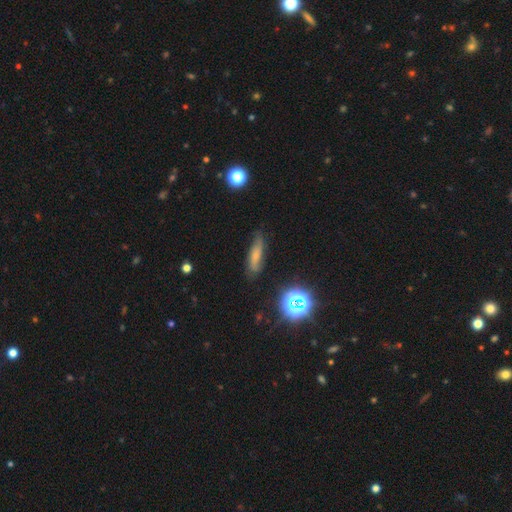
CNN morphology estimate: smooth_or_featured: smooth (p=0.52) [alt: featured or disk p=0.32]
how_rounded: cigar-shaped (p=0.56) [alt: in between p=0.39]
merging: none (p=0.69) [alt: minor disturbance p=0.23]